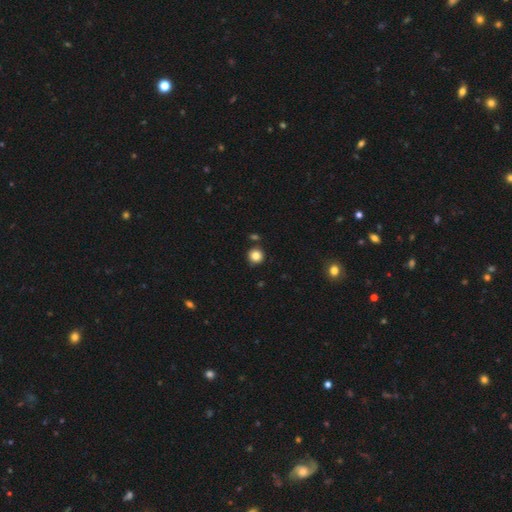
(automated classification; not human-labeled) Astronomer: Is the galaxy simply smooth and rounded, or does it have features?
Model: smooth — 83%.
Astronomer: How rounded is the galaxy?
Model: round — 95%.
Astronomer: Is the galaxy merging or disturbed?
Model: none — 88%.